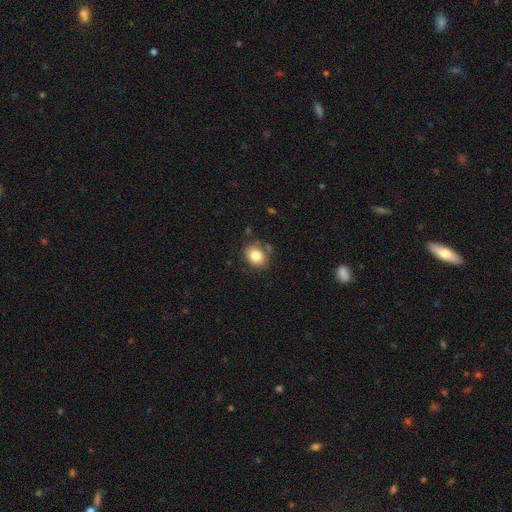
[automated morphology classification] A smooth galaxy with no disk features (81%) that is round (54%).

Vote fractions:
- Smooth or featured? smooth: 81% / star or artifact: 10% / featured or disk: 9%
- How rounded? round: 54% / in between: 45% / cigar-shaped: 1%
- Merging? none: 77% / minor disturbance: 15% / merger: 4% / major disturbance: 4%